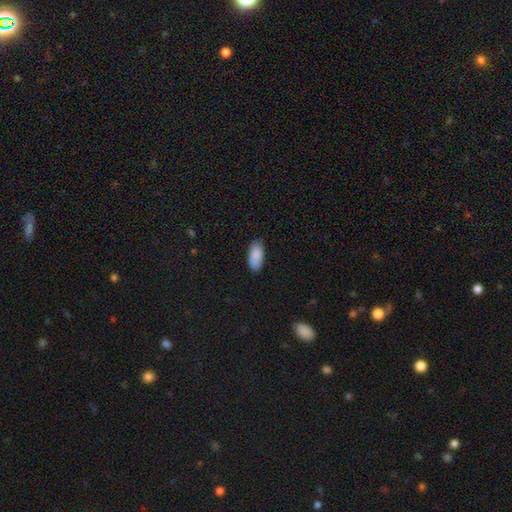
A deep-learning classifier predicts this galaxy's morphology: smooth 86%, featured or disk 7%, star or artifact 6%. Down the decision tree: how rounded — in between (92%); merging — none (80%).